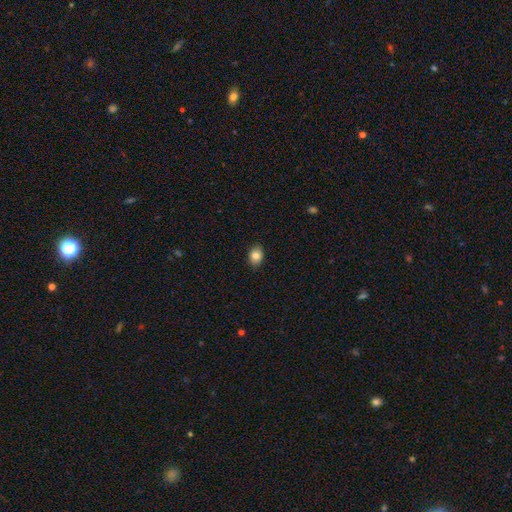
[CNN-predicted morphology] This appears to be a smooth galaxy with no disk features (84%) that is in between round and cigar-shaped (68%). Merging: none (89%).